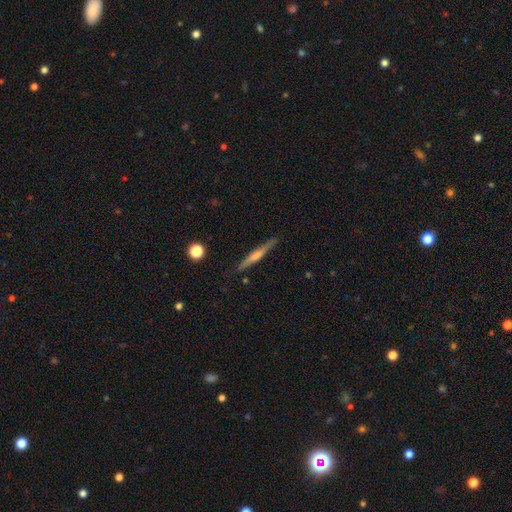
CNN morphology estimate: Smooth or featured?
  - featured or disk: 71% *
  - smooth: 22%
  - star or artifact: 7%
Edge-on disk?
  - yes: 98% *
  - no: 2%
Edge-on bulge?
  - rounded: 70% *
  - none: 16%
  - boxy: 13%
Merging?
  - none: 90% *
  - minor disturbance: 7%
  - major disturbance: 1%
  - merger: 1%